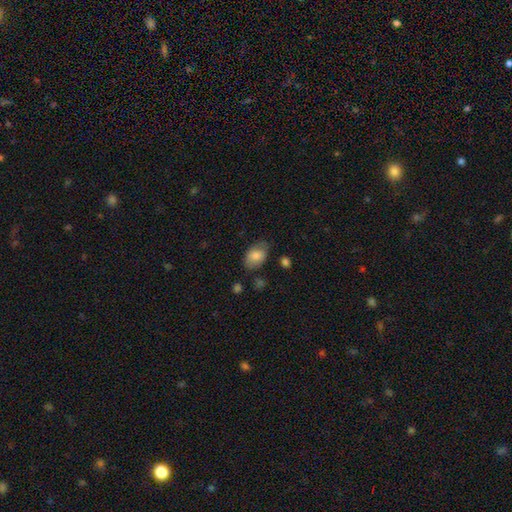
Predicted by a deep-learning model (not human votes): This appears to be a smooth galaxy with no disk features (79%) that is in between round and cigar-shaped (81%). Merging: none (64%).